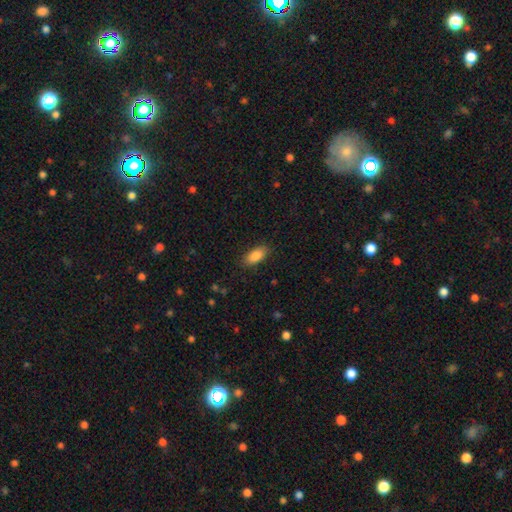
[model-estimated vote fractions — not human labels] Smooth or featured?
  - smooth: 87% *
  - star or artifact: 7%
  - featured or disk: 6%
How rounded?
  - in between: 89% *
  - cigar-shaped: 9%
  - round: 3%
Merging?
  - none: 86% *
  - minor disturbance: 10%
  - major disturbance: 3%
  - merger: 1%